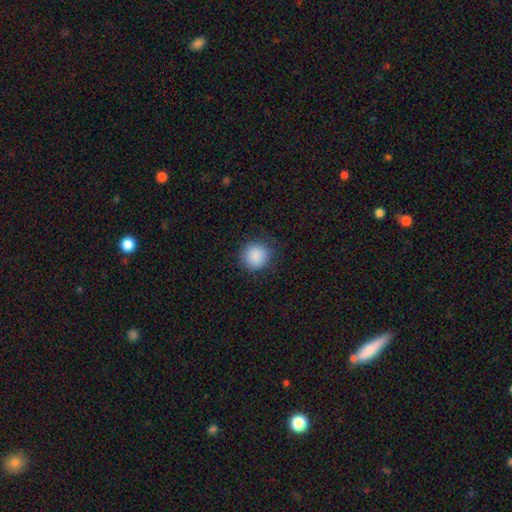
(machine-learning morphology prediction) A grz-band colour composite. It shows a smooth galaxy with no disk features (89%) that is round (92%). Merging: none (85%).